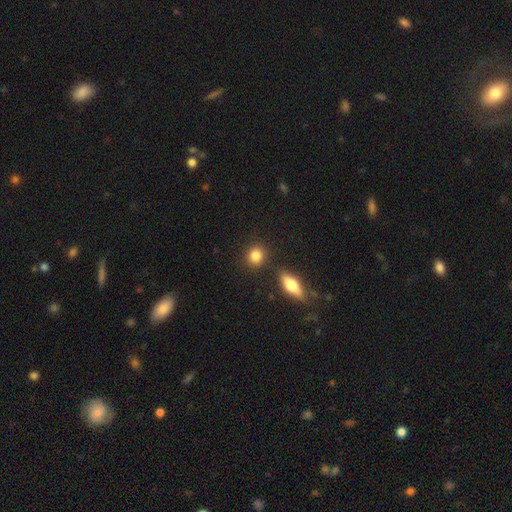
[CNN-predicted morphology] smooth-or-featured: smooth: 84% | star or artifact: 9% | featured or disk: 7%
  how-rounded: round: 76% | in between: 21% | cigar-shaped: 3%
  merging: none: 83% | minor disturbance: 8% | merger: 6% | major disturbance: 3%